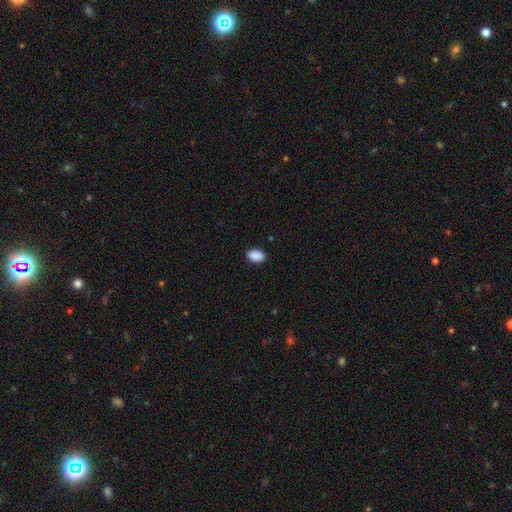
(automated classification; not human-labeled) Smooth or featured?
  - smooth: 90% *
  - star or artifact: 8%
  - featured or disk: 3%
How rounded?
  - in between: 88% *
  - round: 10%
  - cigar-shaped: 1%
Merging?
  - none: 88% *
  - minor disturbance: 9%
  - major disturbance: 2%
  - merger: 1%